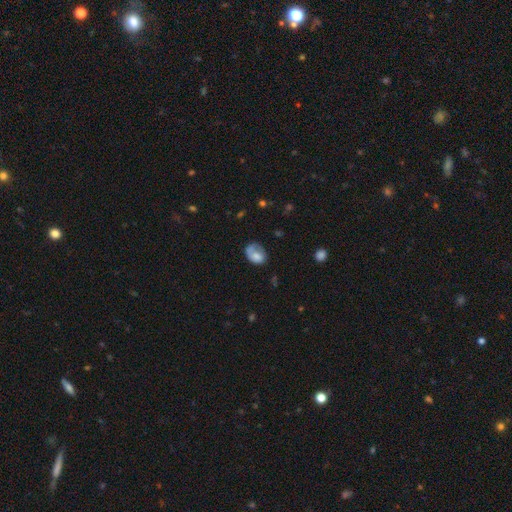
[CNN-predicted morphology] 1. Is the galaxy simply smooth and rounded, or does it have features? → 65% smooth, 27% featured or disk, 8% star or artifact.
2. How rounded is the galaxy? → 70% in between, 29% round, 1% cigar-shaped.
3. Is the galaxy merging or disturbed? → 43% none, 30% minor disturbance, 23% major disturbance, 4% merger.